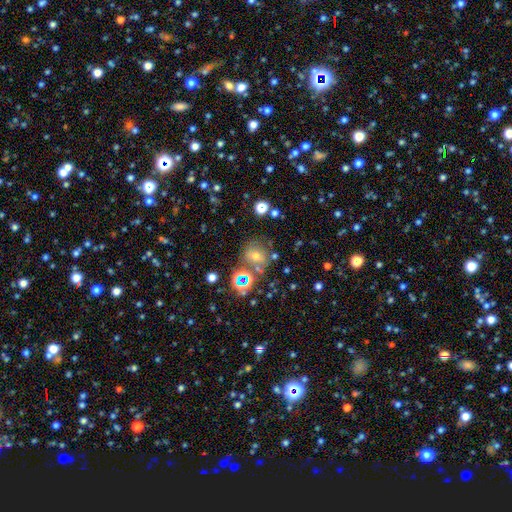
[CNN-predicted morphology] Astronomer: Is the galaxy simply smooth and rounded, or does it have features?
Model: smooth — 53%.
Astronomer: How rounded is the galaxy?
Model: round — 74%.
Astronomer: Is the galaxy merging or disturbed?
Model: none — 55%.